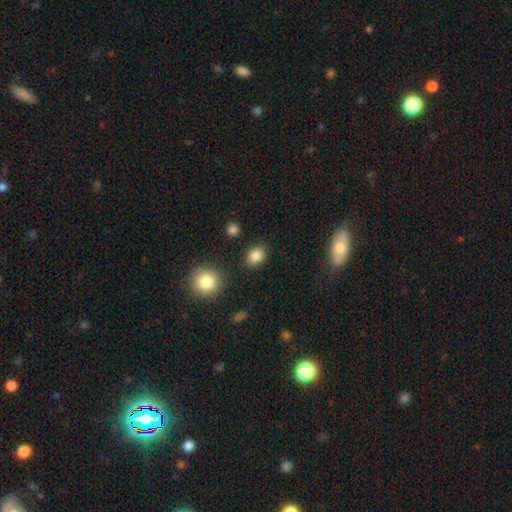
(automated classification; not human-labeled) Smooth or featured?
  - smooth: 85% *
  - star or artifact: 10%
  - featured or disk: 5%
How rounded?
  - in between: 56% *
  - round: 42%
  - cigar-shaped: 1%
Merging?
  - none: 86% *
  - minor disturbance: 9%
  - merger: 3%
  - major disturbance: 3%